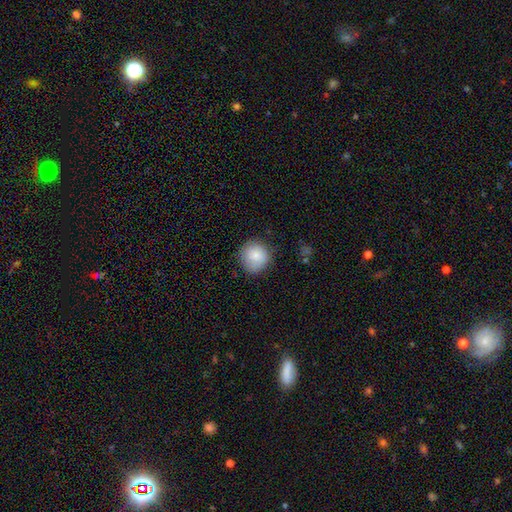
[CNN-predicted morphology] Q: Smooth or featured?
A: smooth (84%); runner-up: featured or disk (8%)
Q: How rounded?
A: round (91%); runner-up: in between (8%)
Q: Merging?
A: none (80%); runner-up: minor disturbance (15%)